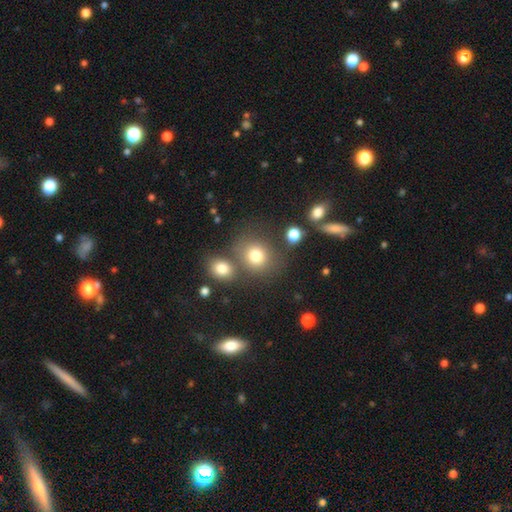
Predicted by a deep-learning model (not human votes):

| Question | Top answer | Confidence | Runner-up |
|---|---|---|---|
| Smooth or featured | smooth | 77% | star or artifact (14%) |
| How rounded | round | 74% | in between (25%) |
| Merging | none | 62% | merger (21%) |